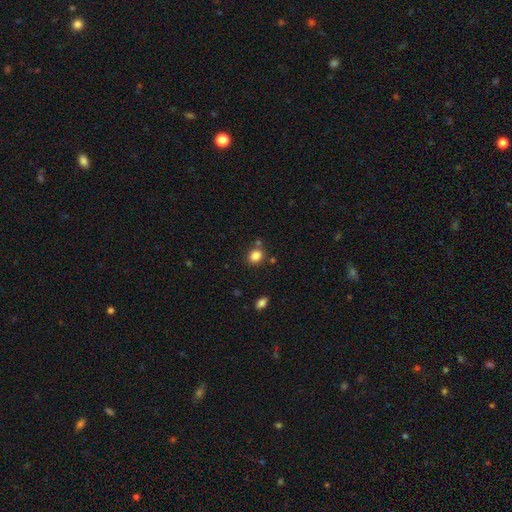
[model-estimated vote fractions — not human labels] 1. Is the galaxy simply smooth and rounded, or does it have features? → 84% smooth, 11% star or artifact, 5% featured or disk.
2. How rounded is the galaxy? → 63% round, 37% in between, 1% cigar-shaped.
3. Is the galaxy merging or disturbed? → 76% none, 11% minor disturbance, 10% merger, 3% major disturbance.